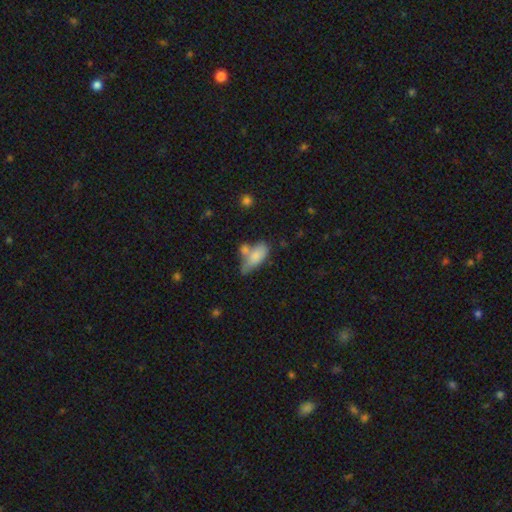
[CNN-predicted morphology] Overall: smooth (76%). How rounded: in between (81%). Merging: merger (36%; none 32%).